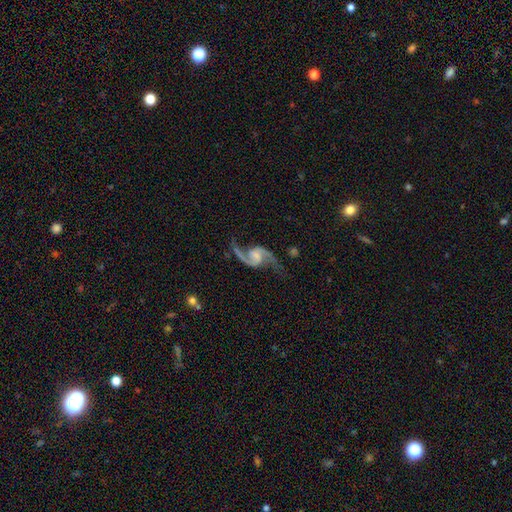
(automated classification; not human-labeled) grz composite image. It shows a featured or disk galaxy (93%) with a weak bar (43%, tied with no), 2 (94%) loose (68%) spiral arms (98%) and a small central bulge (41%). Merging: none (74%).